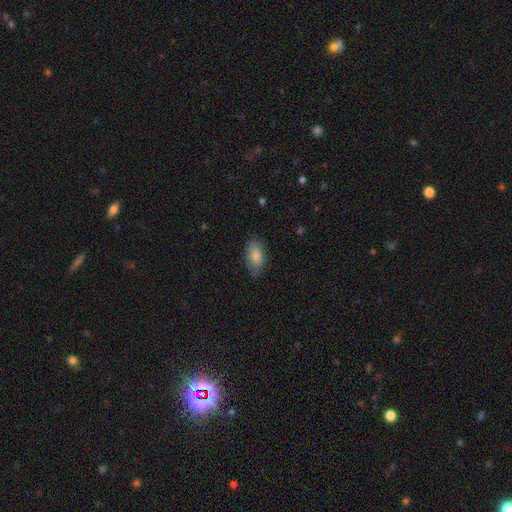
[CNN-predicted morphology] type=smooth (83%); roundness=in between (92%); merging=none (74%).